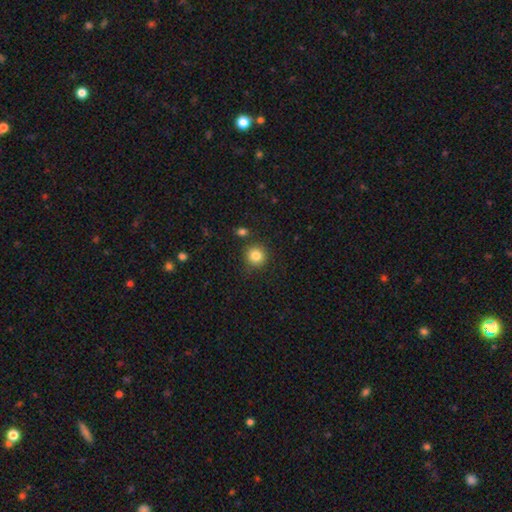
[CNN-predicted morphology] Smooth or featured? Predicted: smooth (p=0.83). How rounded? Predicted: round (p=0.94). Merging? Predicted: none (p=0.87).